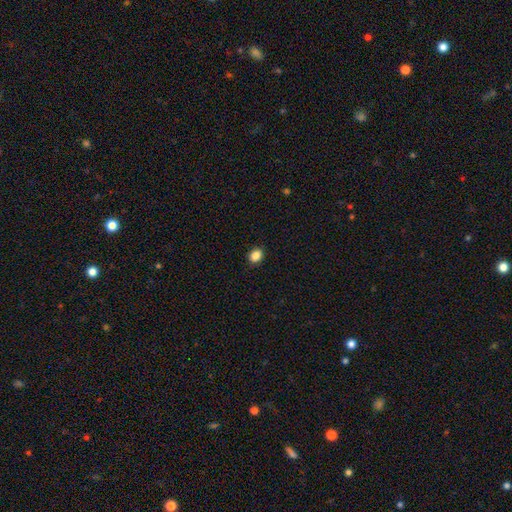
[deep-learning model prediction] A smooth galaxy with no disk features (87%) that is round (52%). Merging: none (91%).